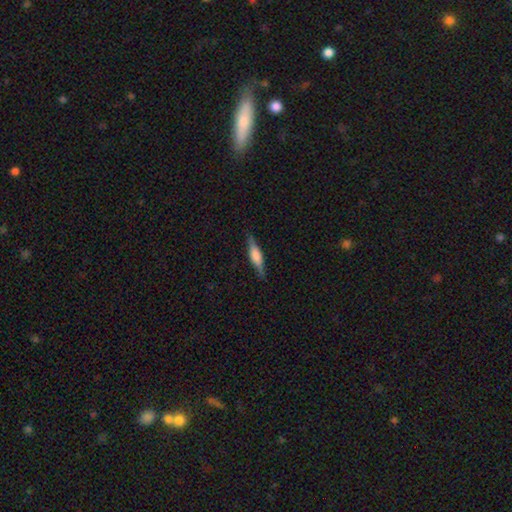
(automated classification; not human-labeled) Smooth or featured? Predicted: featured or disk (p=0.51). Edge-on disk? Predicted: yes (p=0.95). Merging? Predicted: none (p=0.85).